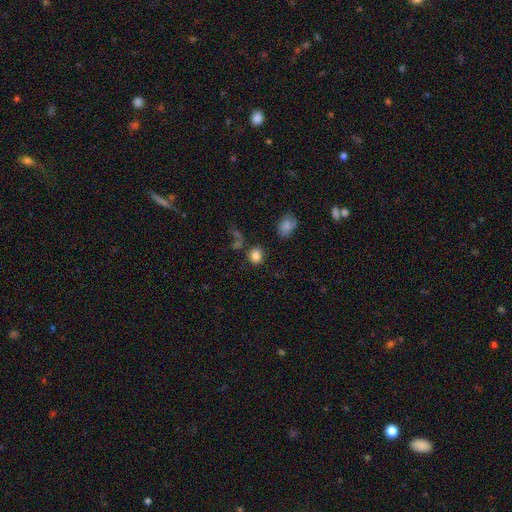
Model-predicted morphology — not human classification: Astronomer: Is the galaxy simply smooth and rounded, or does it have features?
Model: smooth — 83%.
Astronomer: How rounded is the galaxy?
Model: round — 71%.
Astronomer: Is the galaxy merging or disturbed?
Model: none — 73%.